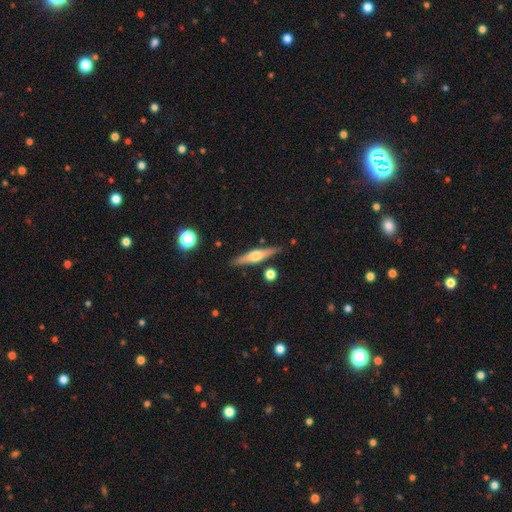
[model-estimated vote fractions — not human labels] Smooth or featured? featured or disk (64%)
Edge-on disk? yes (96%)
Edge-on bulge? rounded (90%)
Merging? none (86%)